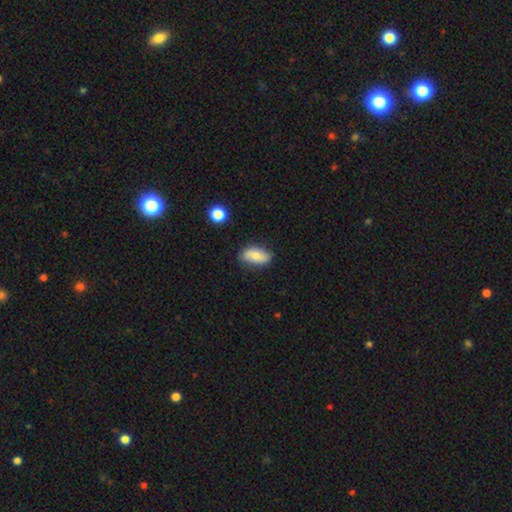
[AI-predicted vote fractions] Morphology: type=smooth (76%); roundness=in between (90%); merging=none (78%).